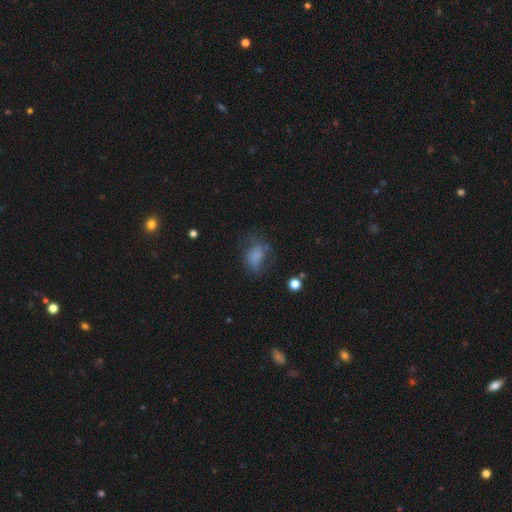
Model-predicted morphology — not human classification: smooth_or_featured: smooth (p=0.67) [alt: featured or disk p=0.20]
how_rounded: in between (p=0.77) [alt: round p=0.20]
merging: none (p=0.44) [alt: minor disturbance p=0.27]